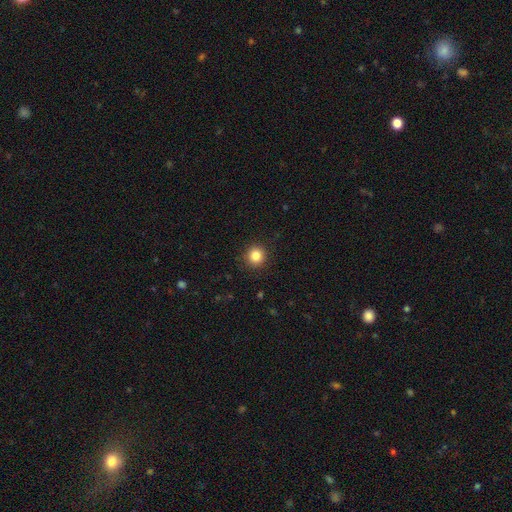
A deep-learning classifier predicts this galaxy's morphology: Smooth or featured? smooth (85%)
How rounded? round (92%)
Merging? none (91%)